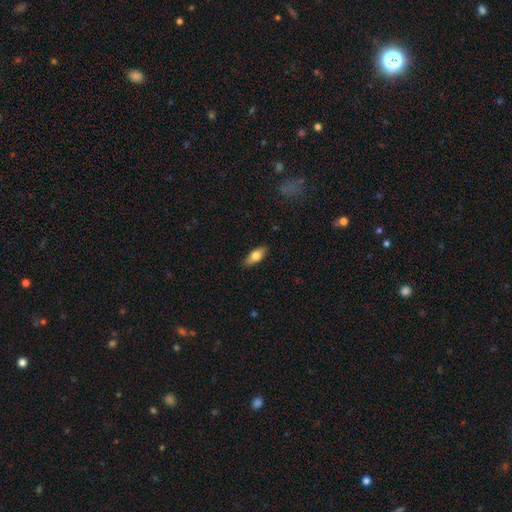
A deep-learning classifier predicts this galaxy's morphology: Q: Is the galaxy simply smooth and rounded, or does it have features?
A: smooth — 65%.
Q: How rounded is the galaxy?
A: in between — 74%.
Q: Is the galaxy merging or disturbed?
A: none — 87%.